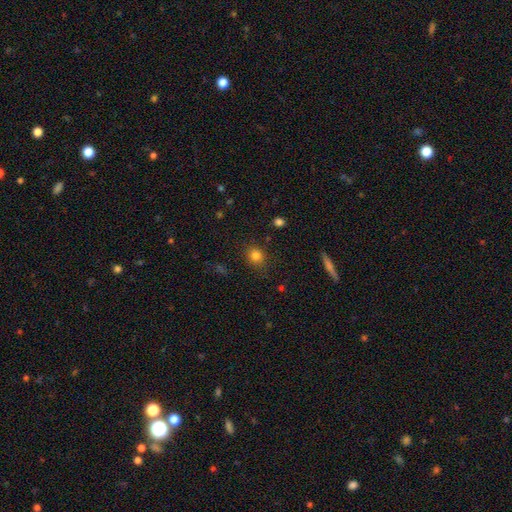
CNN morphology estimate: smooth_or_featured: smooth (p=0.80) [alt: star or artifact p=0.14]
how_rounded: round (p=0.77) [alt: in between p=0.22]
merging: none (p=0.82) [alt: minor disturbance p=0.12]